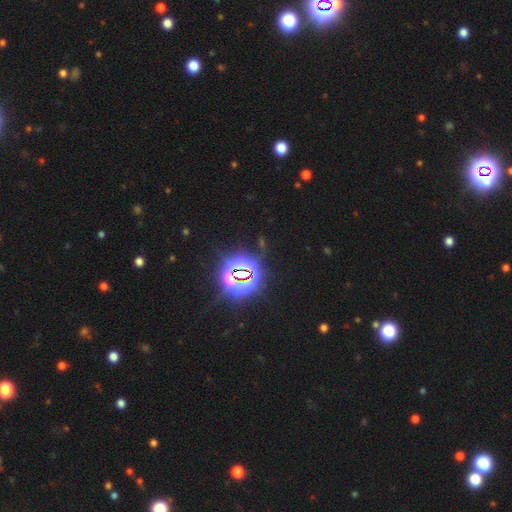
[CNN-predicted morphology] Smooth or featured: star or artifact — 84% (smooth — 10%)